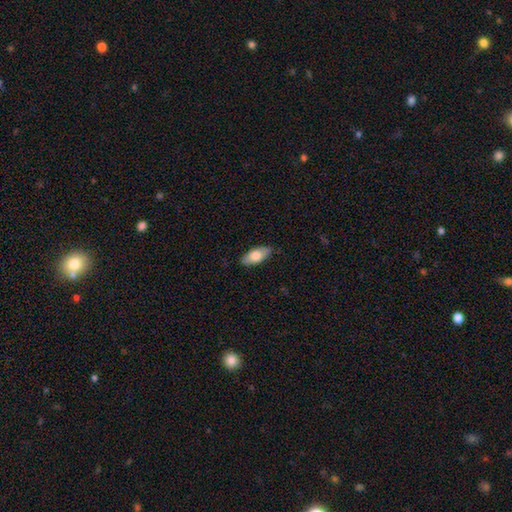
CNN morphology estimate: A smooth galaxy with no disk features (73%) that is in between round and cigar-shaped (87%).

Vote fractions:
- Smooth or featured? smooth: 73% / featured or disk: 21% / star or artifact: 6%
- How rounded? in between: 87% / cigar-shaped: 11% / round: 3%
- Merging? none: 86% / minor disturbance: 11% / major disturbance: 2% / merger: 1%